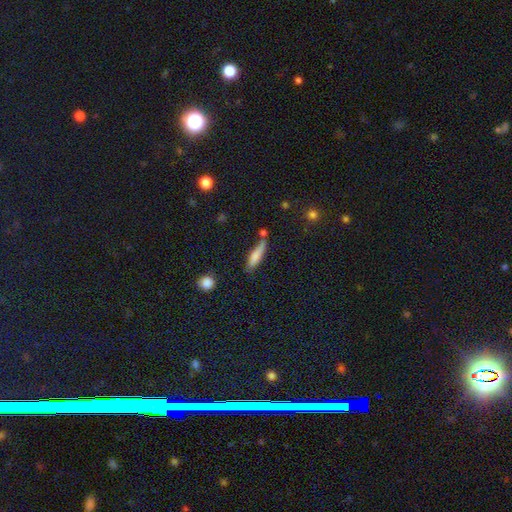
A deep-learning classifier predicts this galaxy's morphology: The model was most divided on "merging": none: 59%, minor disturbance: 22%, merger: 13%, major disturbance: 7%. More confident: how rounded — cigar-shaped (78%); smooth or featured — smooth (73%).